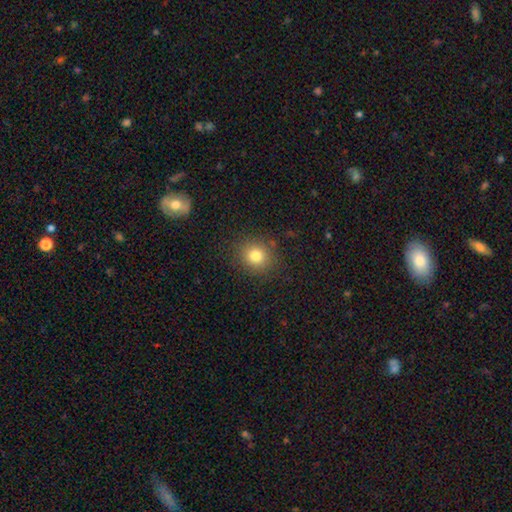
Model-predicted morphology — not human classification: Overall: smooth (79%). How rounded: round (83%). Merging: none (87%).